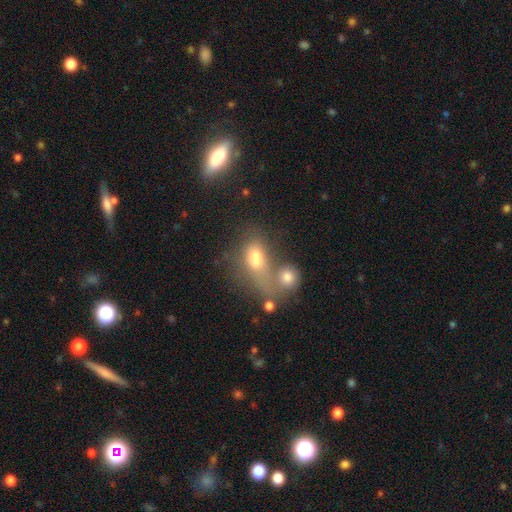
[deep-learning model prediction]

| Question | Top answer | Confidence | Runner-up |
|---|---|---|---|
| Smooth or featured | smooth | 61% | featured or disk (24%) |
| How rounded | in between | 64% | round (31%) |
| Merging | merger | 64% | none (17%) |